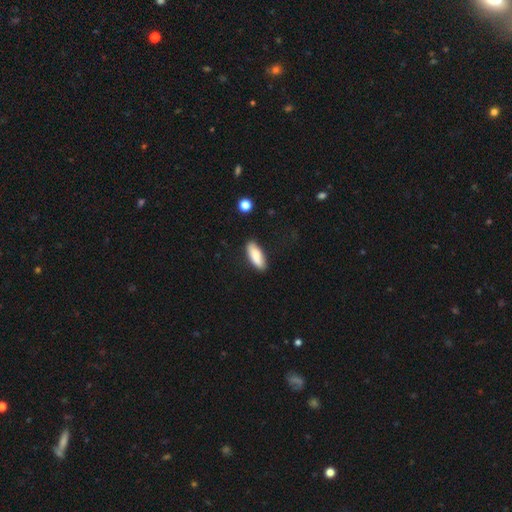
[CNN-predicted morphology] Smooth or featured: smooth — 84% (featured or disk — 10%)
How rounded: in between — 69% (cigar-shaped — 29%)
Merging: none — 85% (minor disturbance — 11%)